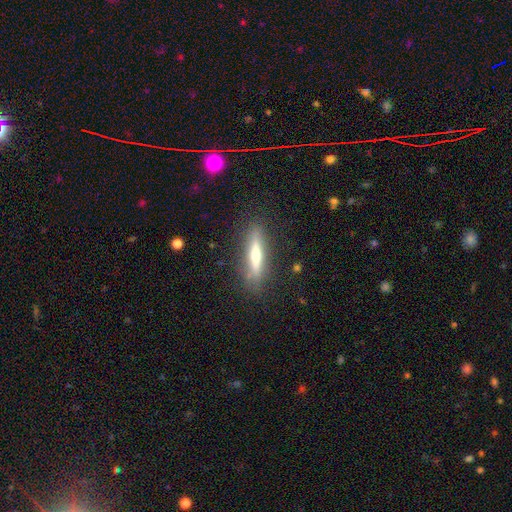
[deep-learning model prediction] featured or disk 52%, smooth 42%, star or artifact 7%. Down the decision tree: edge-on disk — yes (90%); merging — none (86%).